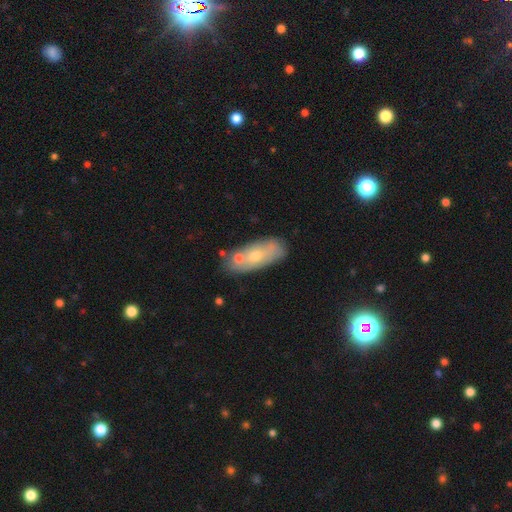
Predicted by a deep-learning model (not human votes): Smooth or featured: smooth — 56% (featured or disk — 36%)
How rounded: in between — 77% (cigar-shaped — 19%)
Merging: none — 55% (minor disturbance — 20%)